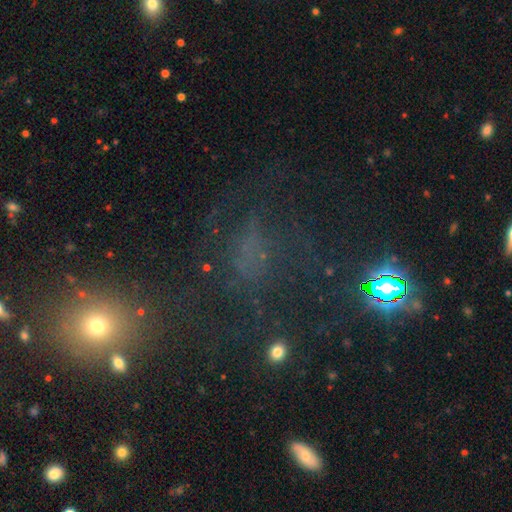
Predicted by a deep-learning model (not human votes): smooth-or-featured: star or artifact: 43% | smooth: 34% | featured or disk: 23%